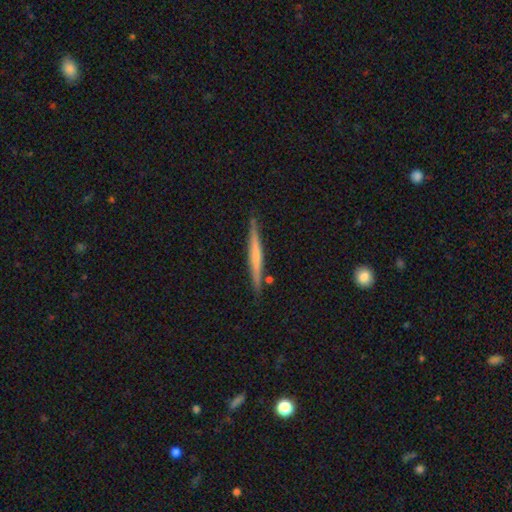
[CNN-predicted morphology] Smooth or featured? featured or disk (52%)
Edge-on disk? yes (97%)
Edge-on bulge? none (67%)
Merging? none (88%)